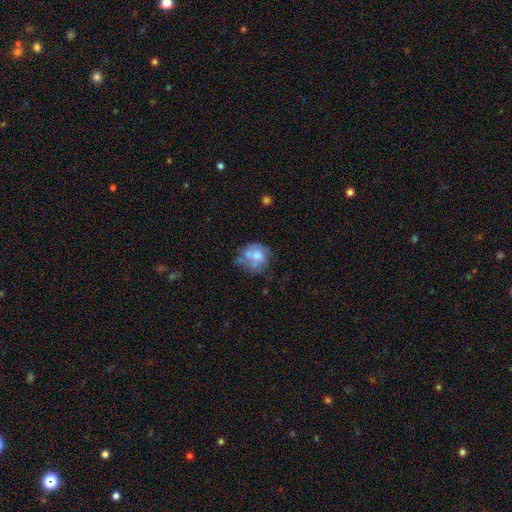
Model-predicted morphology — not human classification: A smooth galaxy with no disk features (59%) that is round (70%).

Vote fractions:
- Smooth or featured? smooth: 59% / featured or disk: 33% / star or artifact: 9%
- How rounded? round: 70% / in between: 29% / cigar-shaped: 1%
- Merging? none: 39% / minor disturbance: 27% / merger: 17% / major disturbance: 17%